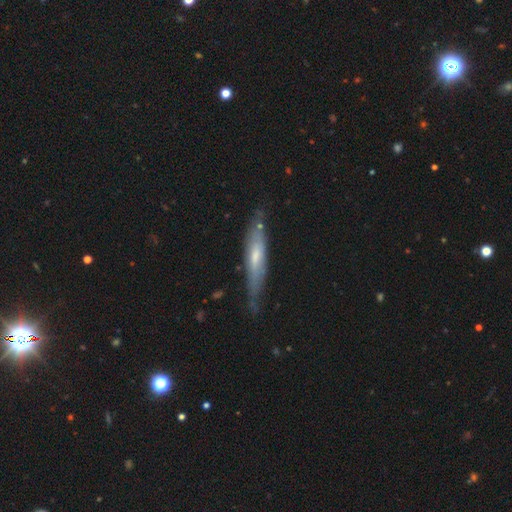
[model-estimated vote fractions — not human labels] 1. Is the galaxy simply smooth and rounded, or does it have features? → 56% featured or disk, 38% smooth, 6% star or artifact.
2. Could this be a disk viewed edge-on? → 73% yes, 27% no.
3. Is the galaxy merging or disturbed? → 70% none, 22% minor disturbance, 5% major disturbance, 2% merger.